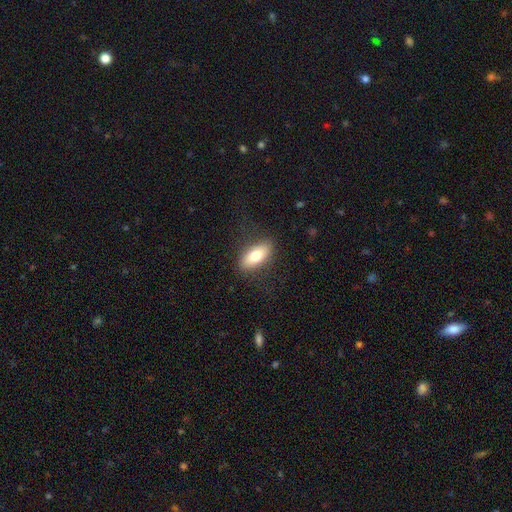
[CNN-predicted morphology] A smooth galaxy with no disk features (76%) that is in between round and cigar-shaped (84%). Merging: none (83%).